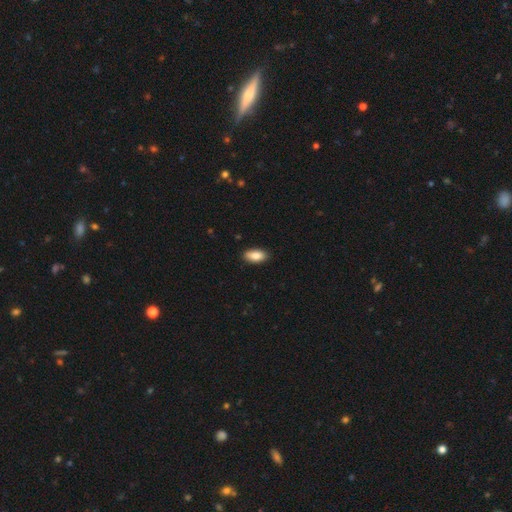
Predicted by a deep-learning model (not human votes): Morphology: type=smooth (86%); roundness=in between (92%); merging=none (88%).